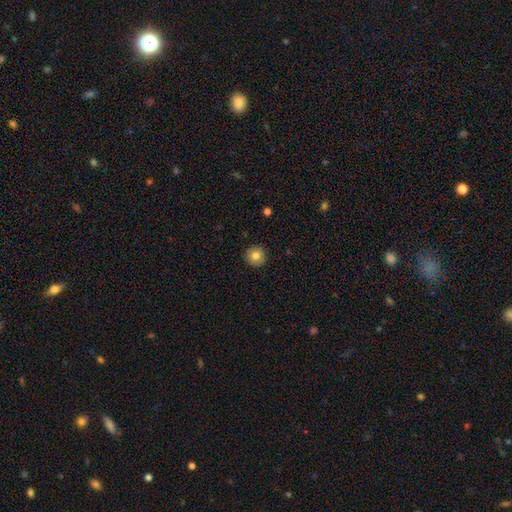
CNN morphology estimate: This is likely a smooth galaxy (80%). How rounded: clearly round (95%). Merging: clearly none (92%).